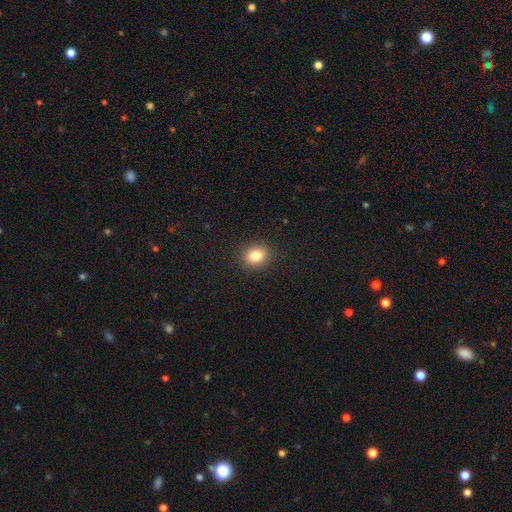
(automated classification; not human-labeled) A smooth galaxy with no disk features (83%) that is round (55%). Merging: none (90%).